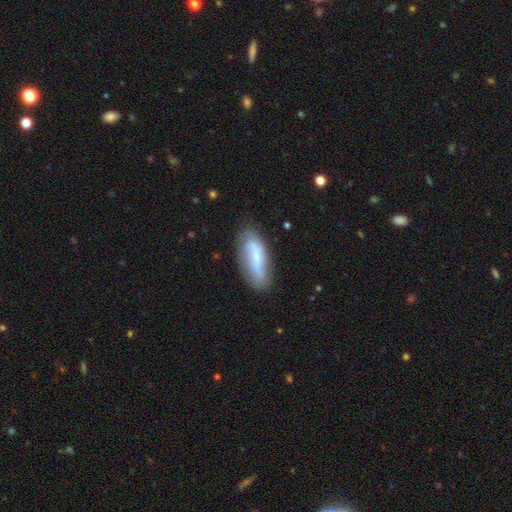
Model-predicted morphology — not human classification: A smooth galaxy with no disk features (55%) that is in between round and cigar-shaped (66%).

Vote fractions:
- Smooth or featured? smooth: 55% / featured or disk: 37% / star or artifact: 8%
- How rounded? in between: 66% / cigar-shaped: 32% / round: 2%
- Merging? none: 71% / minor disturbance: 21% / major disturbance: 6% / merger: 2%